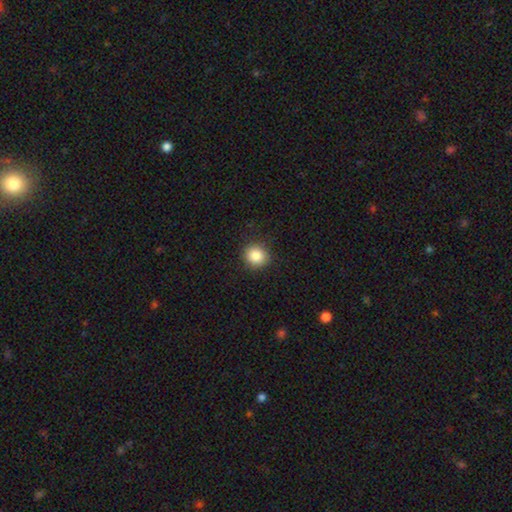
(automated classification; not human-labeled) Smooth or featured: smooth — 86% (star or artifact — 10%)
How rounded: round — 87% (in between — 12%)
Merging: none — 90% (minor disturbance — 7%)